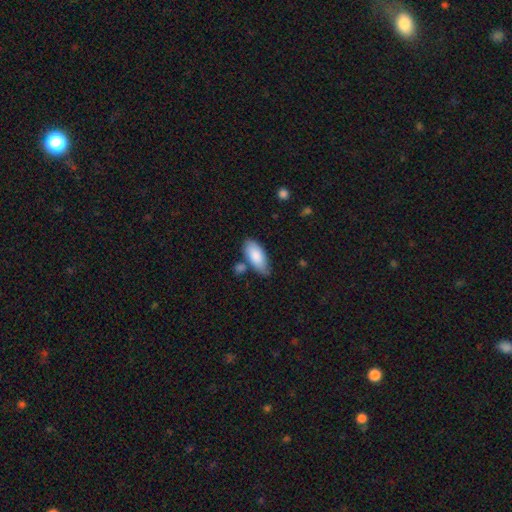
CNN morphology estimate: Smooth or featured?
  - smooth: 83% *
  - featured or disk: 11%
  - star or artifact: 6%
How rounded?
  - in between: 87% *
  - cigar-shaped: 11%
  - round: 2%
Merging?
  - none: 68% *
  - minor disturbance: 18%
  - merger: 10%
  - major disturbance: 4%